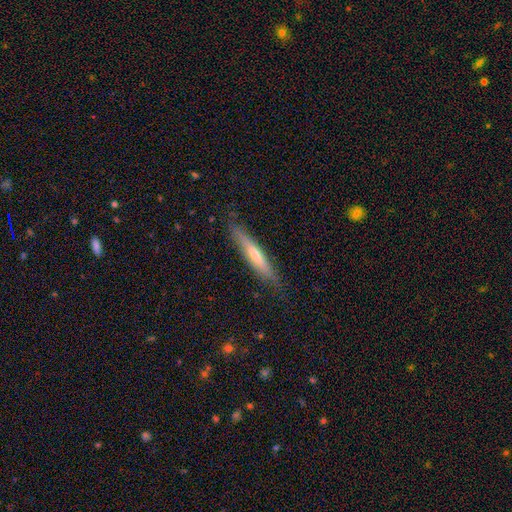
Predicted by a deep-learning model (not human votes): Smooth or featured? smooth (50%)
Merging? none (84%)